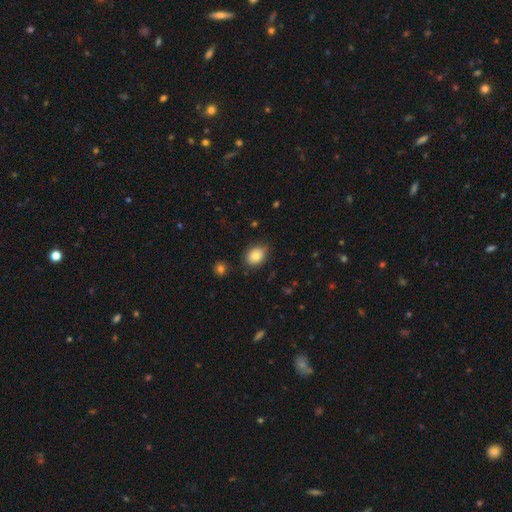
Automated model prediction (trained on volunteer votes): This appears to be a smooth galaxy with no disk features (81%) that is in between round and cigar-shaped (55%). Merging: none (77%).